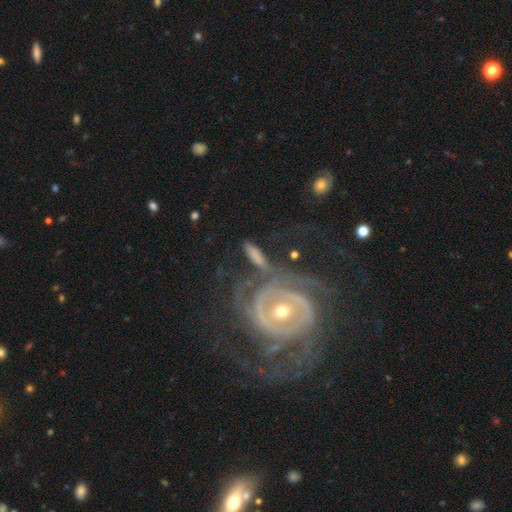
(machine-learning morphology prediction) Smooth or featured: smooth — 48% (featured or disk — 44%)
Merging: none — 55% (minor disturbance — 19%)